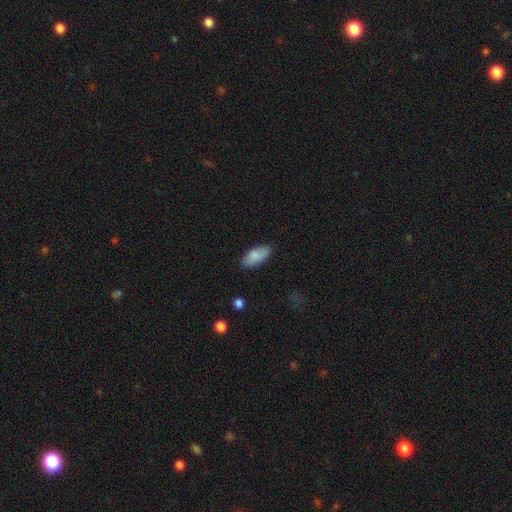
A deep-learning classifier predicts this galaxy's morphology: Q: Smooth or featured?
A: smooth (84%); runner-up: featured or disk (9%)
Q: How rounded?
A: in between (89%); runner-up: cigar-shaped (9%)
Q: Merging?
A: none (83%); runner-up: minor disturbance (13%)